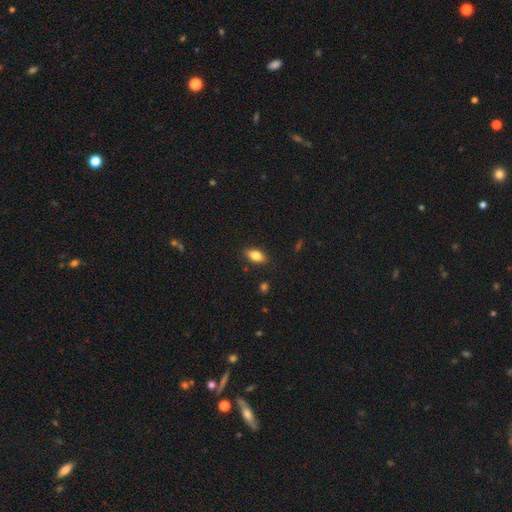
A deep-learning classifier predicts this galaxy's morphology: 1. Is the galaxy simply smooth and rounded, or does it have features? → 77% smooth, 15% featured or disk, 8% star or artifact.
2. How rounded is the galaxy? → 86% in between, 10% cigar-shaped, 5% round.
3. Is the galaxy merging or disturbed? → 86% none, 11% minor disturbance, 2% major disturbance, 1% merger.